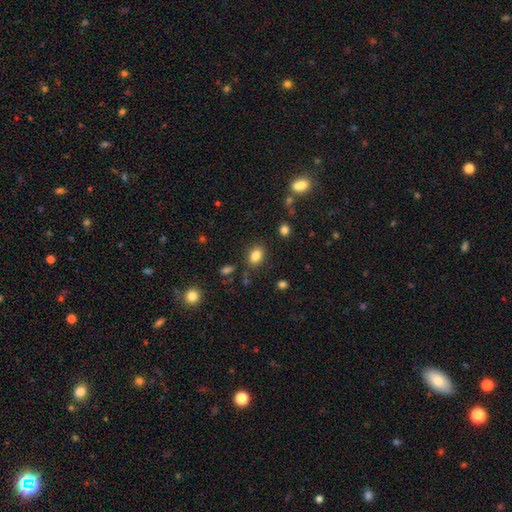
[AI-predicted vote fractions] Smooth or featured? smooth (84%)
How rounded? in between (74%)
Merging? none (82%)